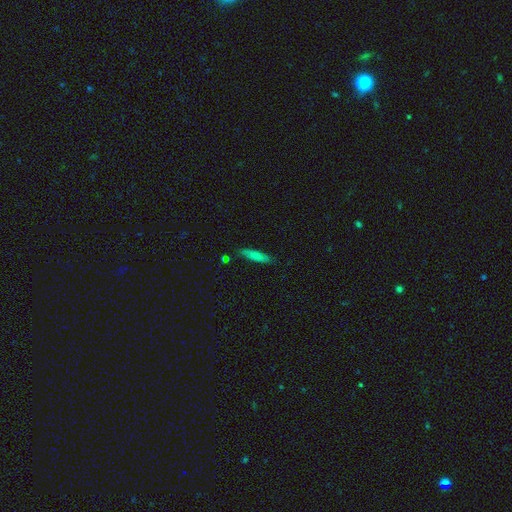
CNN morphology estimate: smooth 77%, featured or disk 16%, star or artifact 7%. Down the decision tree: how rounded — cigar-shaped (82%); merging — none (80%).